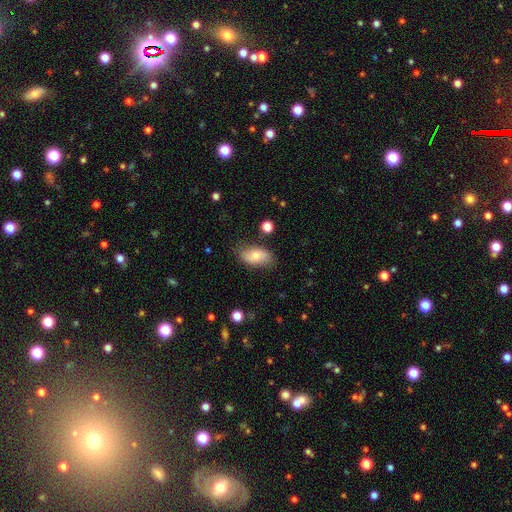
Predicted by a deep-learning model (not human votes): This is likely a smooth galaxy (71%). How rounded: clearly in between (92%). Merging: likely none (77%).